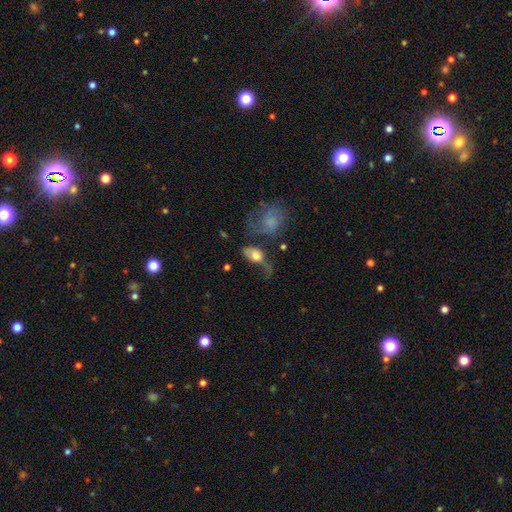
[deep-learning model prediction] A smooth galaxy with no disk features (65%) that is in between round and cigar-shaped (76%). Merging: major disturbance (45%).